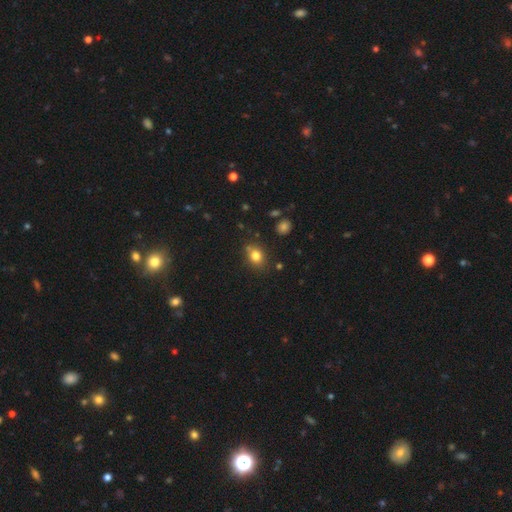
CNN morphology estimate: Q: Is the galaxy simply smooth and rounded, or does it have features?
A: smooth — 80%.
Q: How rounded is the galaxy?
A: in between — 54%.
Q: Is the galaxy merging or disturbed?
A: none — 76%.